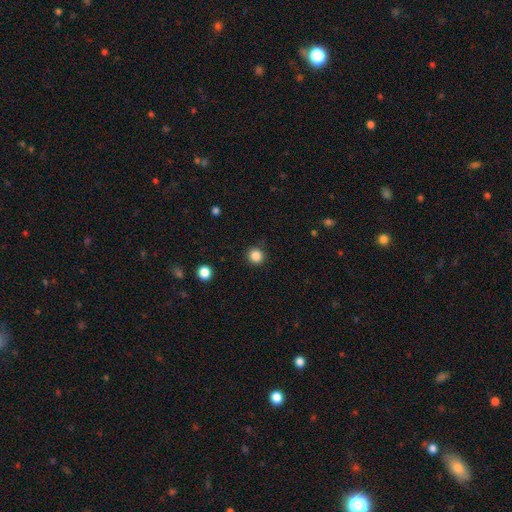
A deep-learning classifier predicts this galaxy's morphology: smooth_or_featured: smooth (p=0.86) [alt: star or artifact p=0.11]
how_rounded: round (p=0.93) [alt: in between p=0.06]
merging: none (p=0.89) [alt: minor disturbance p=0.07]